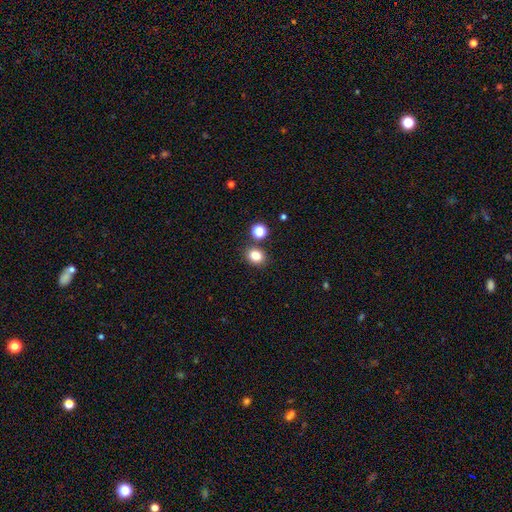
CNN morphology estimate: Overall: smooth (81%). How rounded: round (66%; in between 33%). Merging: none (82%).